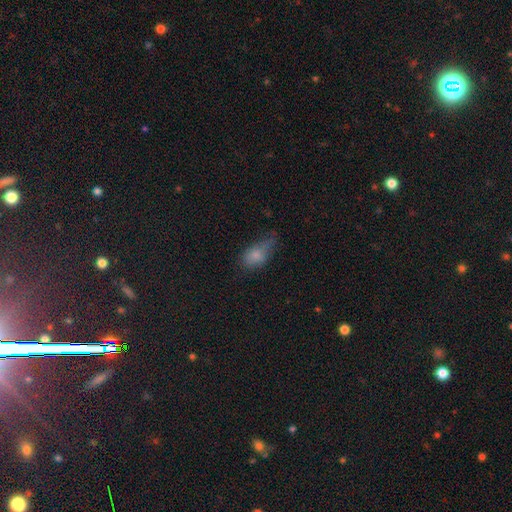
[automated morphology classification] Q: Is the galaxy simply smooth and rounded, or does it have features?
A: smooth — 74%.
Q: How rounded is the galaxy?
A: in between — 82%.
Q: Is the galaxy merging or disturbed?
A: minor disturbance — 37%.